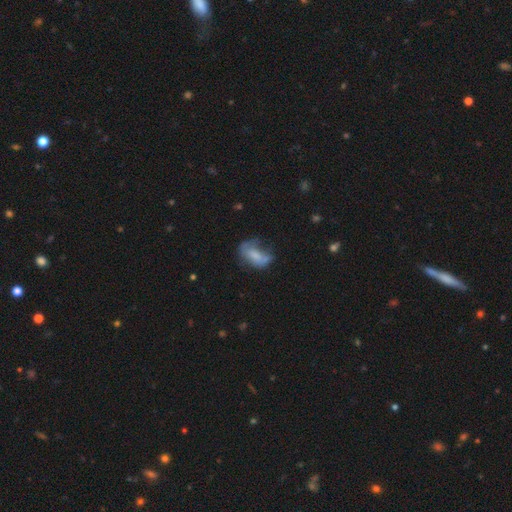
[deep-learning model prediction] smooth-or-featured: smooth: 56% | featured or disk: 34% | star or artifact: 10%
  how-rounded: in between: 88% | round: 8% | cigar-shaped: 4%
  merging: none: 32% | major disturbance: 30% | minor disturbance: 30% | merger: 9%